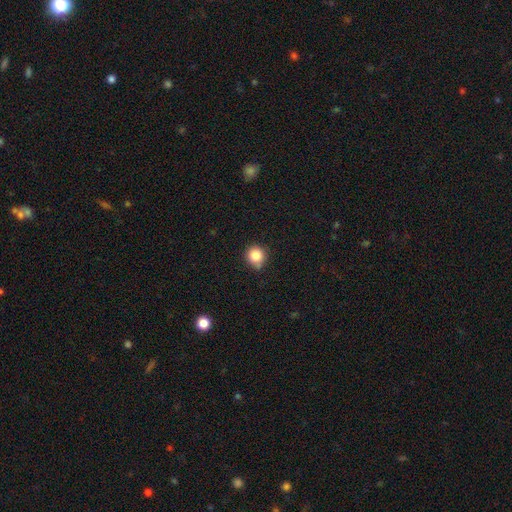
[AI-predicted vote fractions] Morphology: type=smooth (83%); roundness=round (92%); merging=none (75%).